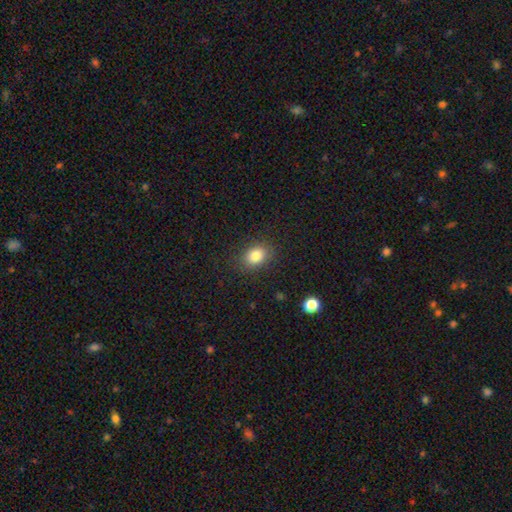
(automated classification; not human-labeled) Smooth or featured: smooth — 83% (star or artifact — 10%)
How rounded: in between — 62% (round — 37%)
Merging: none — 85% (minor disturbance — 10%)